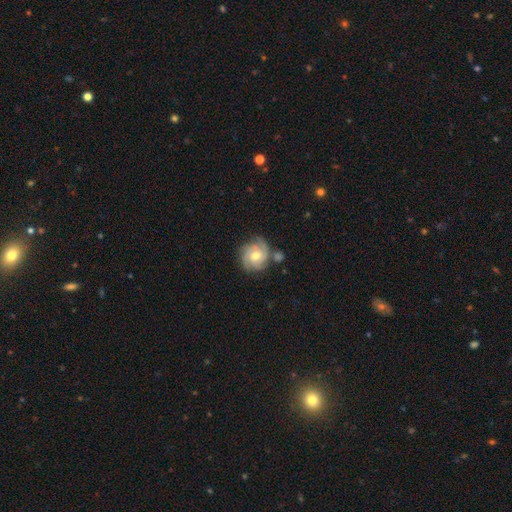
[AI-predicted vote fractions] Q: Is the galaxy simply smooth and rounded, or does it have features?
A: featured or disk — 64%.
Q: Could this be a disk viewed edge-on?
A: no — 97%.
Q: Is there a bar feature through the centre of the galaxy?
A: no — 73%.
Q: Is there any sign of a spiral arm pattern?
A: yes — 89%.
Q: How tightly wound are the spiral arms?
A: tight — 59%.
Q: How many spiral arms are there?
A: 3 — 33%.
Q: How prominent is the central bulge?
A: moderate — 74%.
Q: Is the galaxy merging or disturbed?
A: none — 65%.